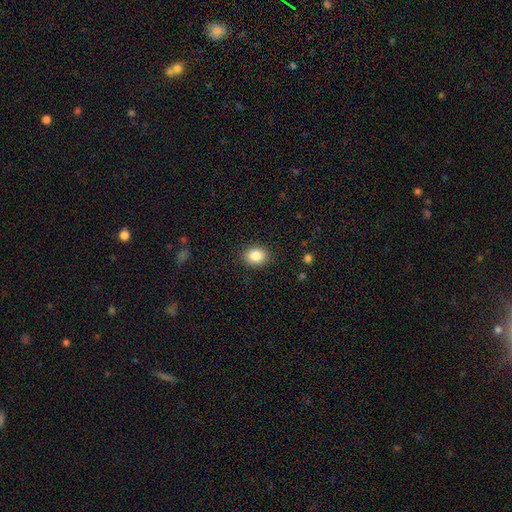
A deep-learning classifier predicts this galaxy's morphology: Smooth or featured?
  - smooth: 86% *
  - star or artifact: 9%
  - featured or disk: 6%
How rounded?
  - in between: 53% *
  - round: 46%
  - cigar-shaped: 1%
Merging?
  - none: 89% *
  - minor disturbance: 8%
  - major disturbance: 2%
  - merger: 1%